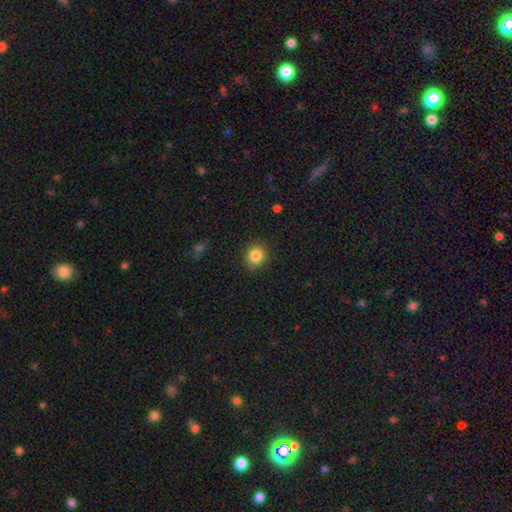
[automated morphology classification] A smooth galaxy with no disk features (84%) that is round (74%). Merging: none (87%).